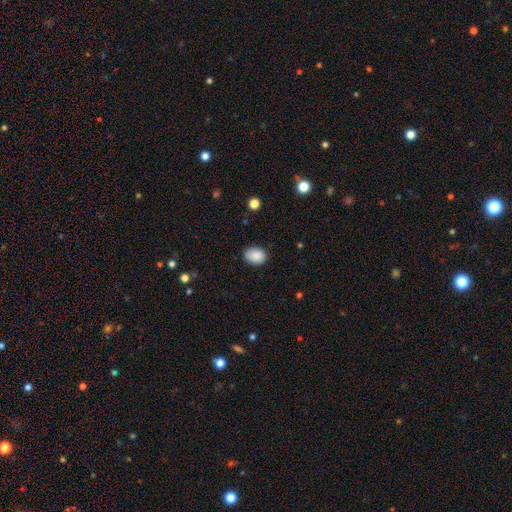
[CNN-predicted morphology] A smooth galaxy with no disk features (89%) that is in between round and cigar-shaped (67%). Merging: none (83%).